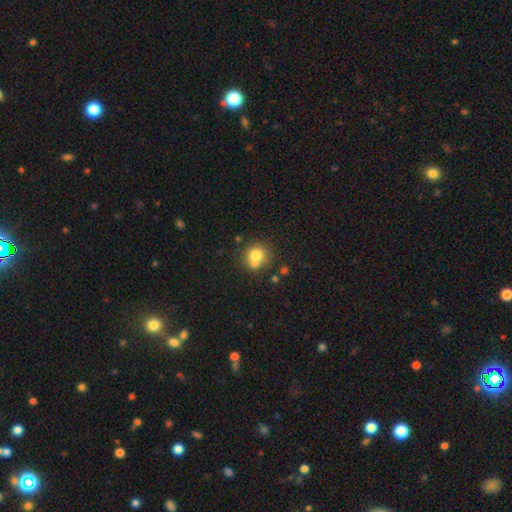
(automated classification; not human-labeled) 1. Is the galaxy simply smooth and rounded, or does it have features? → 75% smooth, 14% featured or disk, 11% star or artifact.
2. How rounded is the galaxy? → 81% round, 18% in between, 1% cigar-shaped.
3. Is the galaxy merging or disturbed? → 47% none, 35% merger, 13% minor disturbance, 5% major disturbance.